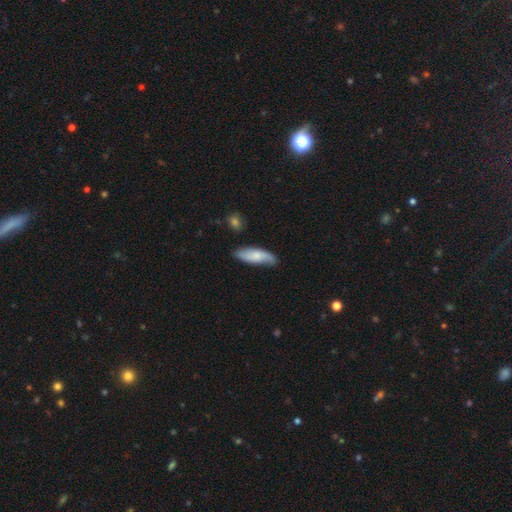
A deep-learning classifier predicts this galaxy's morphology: Smooth or featured: smooth — 64% (featured or disk — 30%)
How rounded: in between — 61% (cigar-shaped — 37%)
Merging: none — 68% (minor disturbance — 24%)